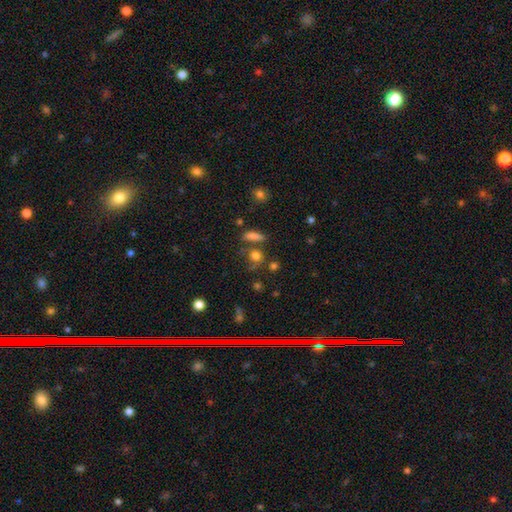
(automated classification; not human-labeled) This appears to be a smooth galaxy with no disk features (75%) that is round (80%). Merging: none (65%).